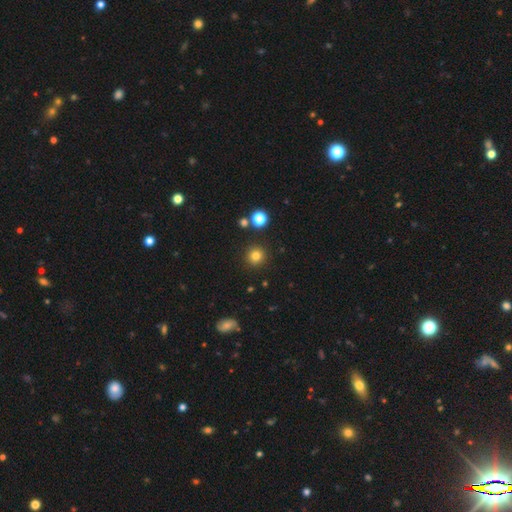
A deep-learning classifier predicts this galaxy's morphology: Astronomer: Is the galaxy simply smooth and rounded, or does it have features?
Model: smooth — 81%.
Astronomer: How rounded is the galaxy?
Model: round — 94%.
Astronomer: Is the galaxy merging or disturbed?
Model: none — 90%.